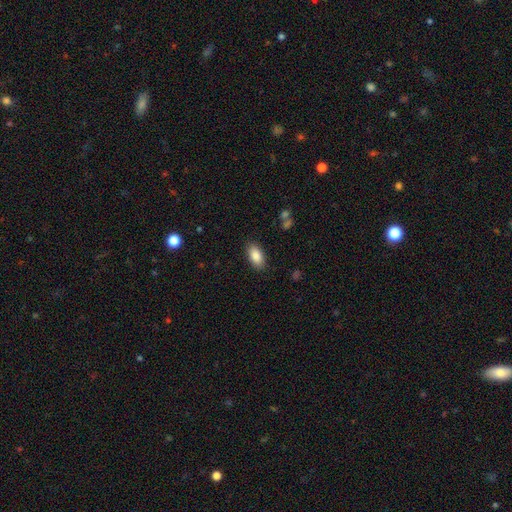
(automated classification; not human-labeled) Q: Smooth or featured?
A: smooth (86%); runner-up: featured or disk (7%)
Q: How rounded?
A: in between (93%); runner-up: cigar-shaped (4%)
Q: Merging?
A: none (88%); runner-up: minor disturbance (9%)